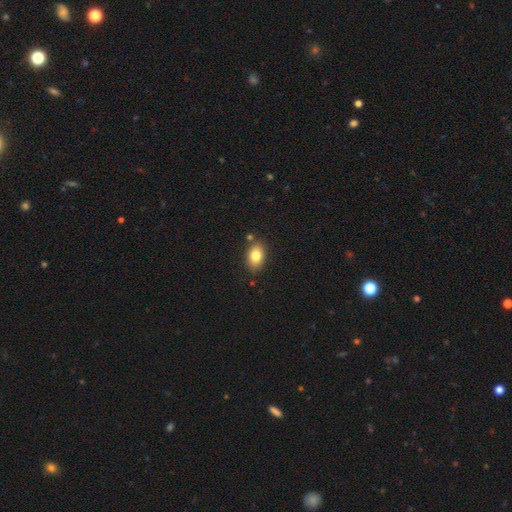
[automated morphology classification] Q: Smooth or featured?
A: smooth (81%); runner-up: featured or disk (11%)
Q: How rounded?
A: in between (81%); runner-up: round (17%)
Q: Merging?
A: none (80%); runner-up: minor disturbance (13%)